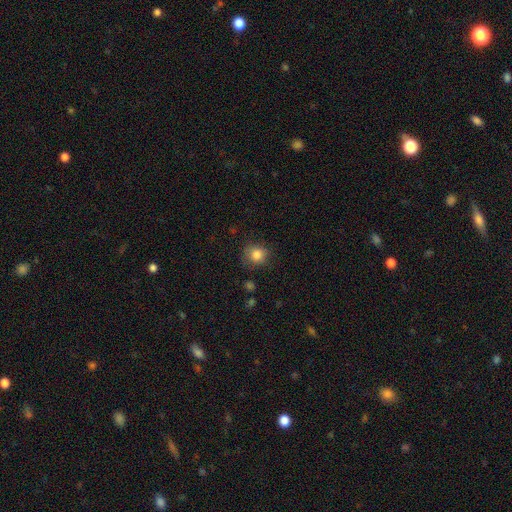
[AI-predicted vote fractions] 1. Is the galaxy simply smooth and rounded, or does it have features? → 83% smooth, 11% star or artifact, 6% featured or disk.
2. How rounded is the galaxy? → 86% round, 14% in between, 1% cigar-shaped.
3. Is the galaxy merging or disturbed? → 79% none, 16% minor disturbance, 4% major disturbance, 2% merger.